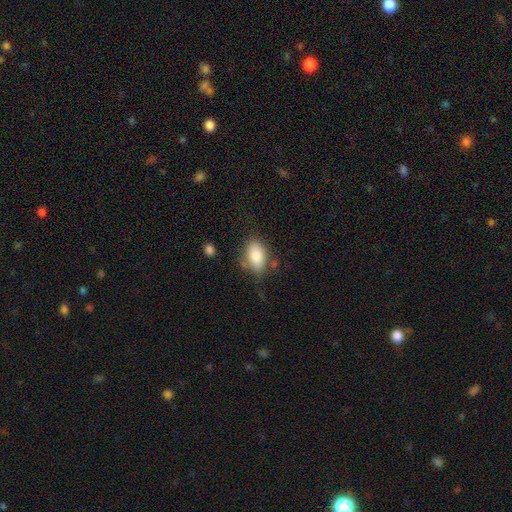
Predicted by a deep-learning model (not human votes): Overall: smooth (84%). How rounded: in between (90%). Merging: none (68%).